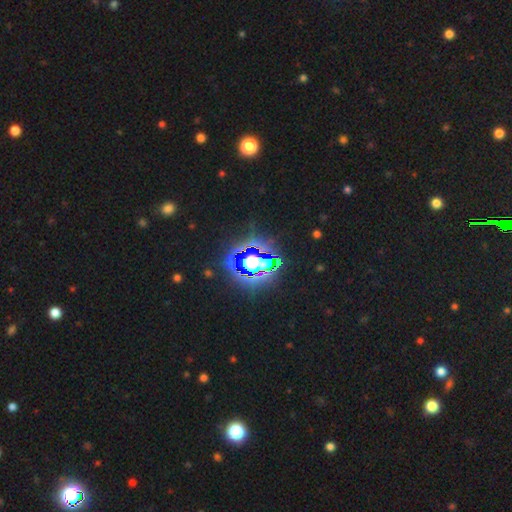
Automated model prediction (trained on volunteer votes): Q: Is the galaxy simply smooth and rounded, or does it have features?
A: star or artifact — 79%.